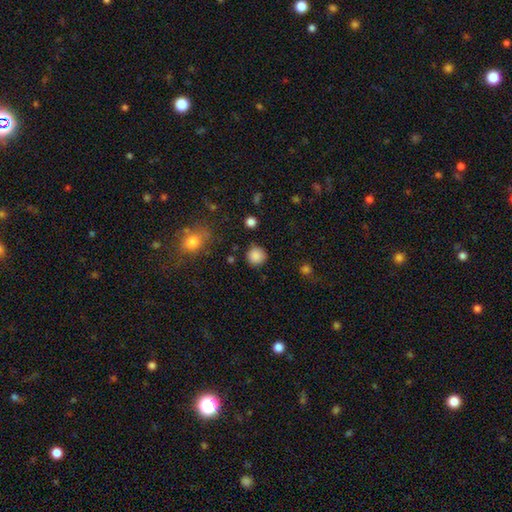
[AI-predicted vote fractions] Q: Smooth or featured?
A: smooth (87%); runner-up: star or artifact (10%)
Q: How rounded?
A: round (93%); runner-up: in between (6%)
Q: Merging?
A: none (86%); runner-up: minor disturbance (9%)